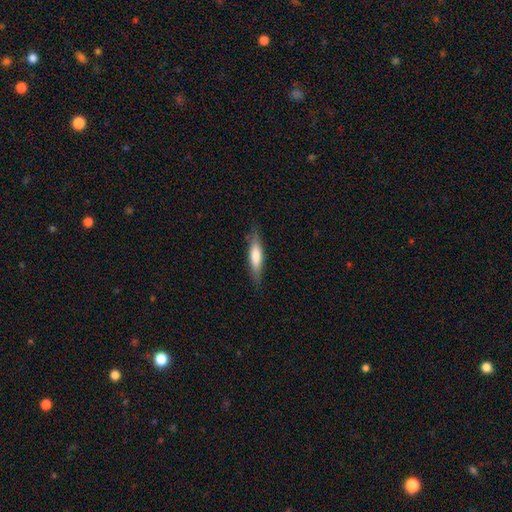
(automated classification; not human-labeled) smooth-or-featured: smooth: 68% | featured or disk: 27% | star or artifact: 6%
  how-rounded: cigar-shaped: 75% | in between: 24% | round: 1%
  merging: none: 81% | minor disturbance: 15% | major disturbance: 3% | merger: 1%